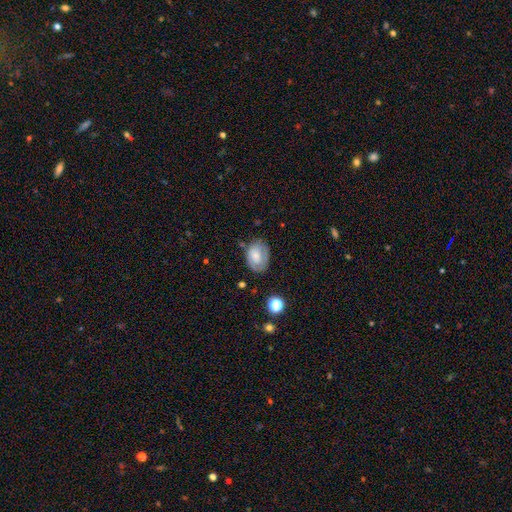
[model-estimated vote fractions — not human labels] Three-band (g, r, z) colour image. It shows a smooth galaxy with no disk features (55%) that is in between round and cigar-shaped (76%). Merging: none (62%).